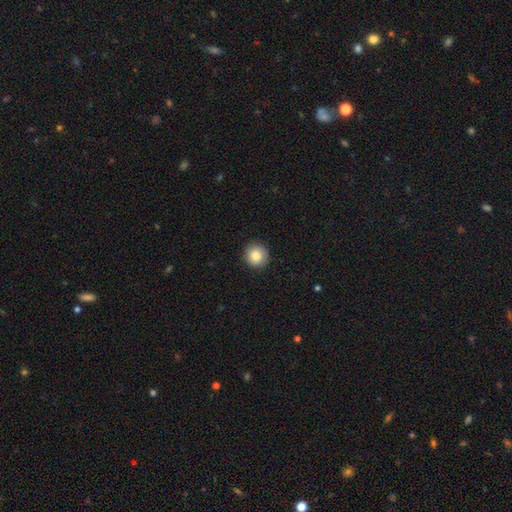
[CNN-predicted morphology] This appears to be a smooth galaxy with no disk features (84%) that is round (94%). Merging: none (91%).